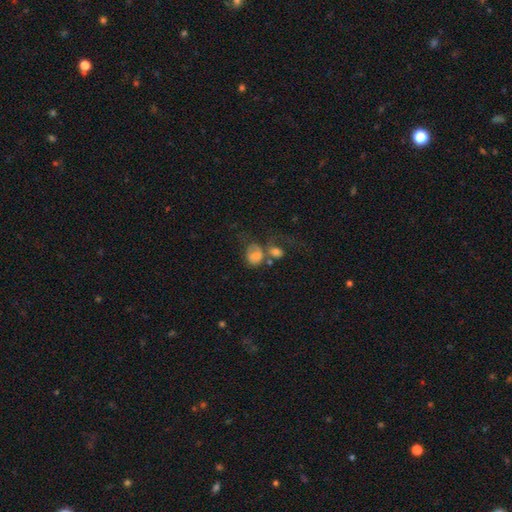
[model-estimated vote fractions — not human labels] Morphology: type=smooth (68%); roundness=round (50%); merging=merger (44%).